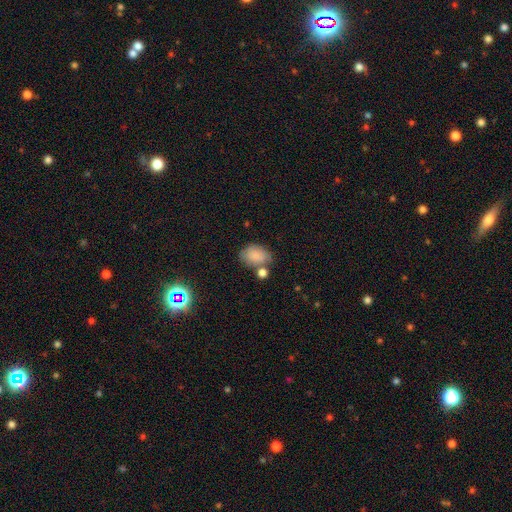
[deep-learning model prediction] Smooth or featured: smooth — 84% (star or artifact — 8%)
How rounded: in between — 82% (round — 17%)
Merging: none — 57% (minor disturbance — 19%)